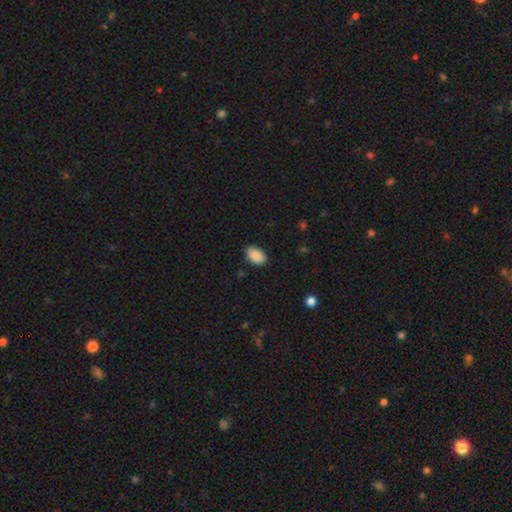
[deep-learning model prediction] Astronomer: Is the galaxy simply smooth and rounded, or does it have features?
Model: smooth — 90%.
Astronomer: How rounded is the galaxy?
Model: in between — 89%.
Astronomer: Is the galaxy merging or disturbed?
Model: none — 85%.